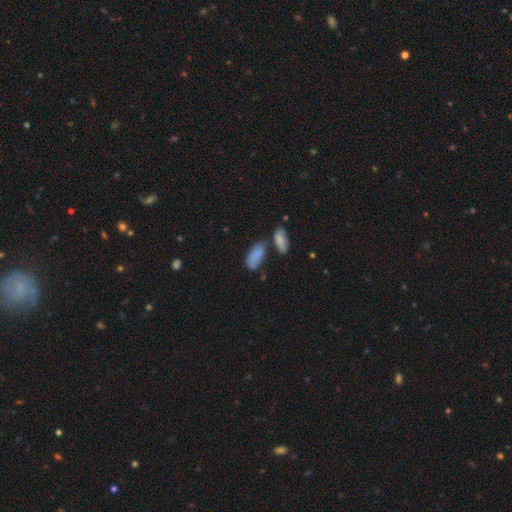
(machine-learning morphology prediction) Smooth or featured?
  - smooth: 81% *
  - featured or disk: 11%
  - star or artifact: 8%
How rounded?
  - in between: 87% *
  - cigar-shaped: 10%
  - round: 3%
Merging?
  - none: 50% *
  - minor disturbance: 22%
  - merger: 20%
  - major disturbance: 8%